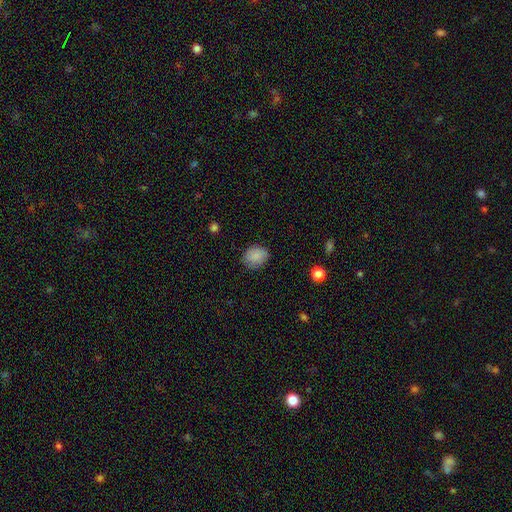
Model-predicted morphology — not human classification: Smooth or featured? smooth (87%)
How rounded? round (53%)
Merging? none (83%)